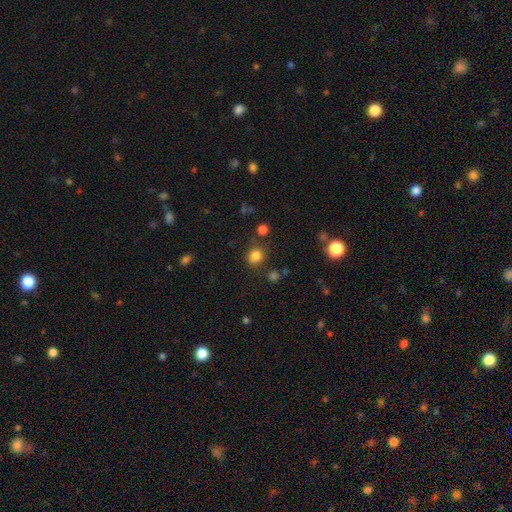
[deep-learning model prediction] Smooth or featured? smooth (80%)
How rounded? round (72%)
Merging? none (75%)